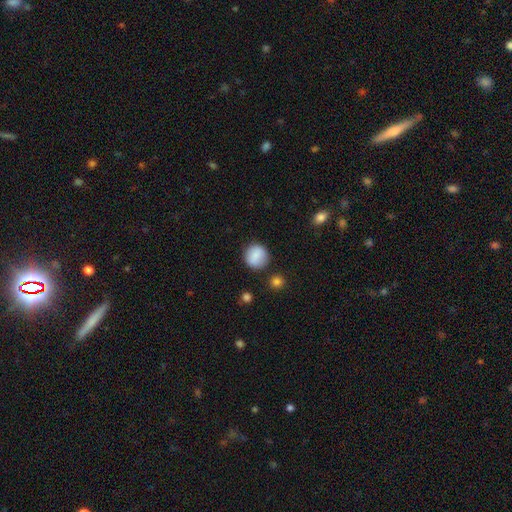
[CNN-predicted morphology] type=smooth (85%); roundness=round (91%); merging=none (83%).